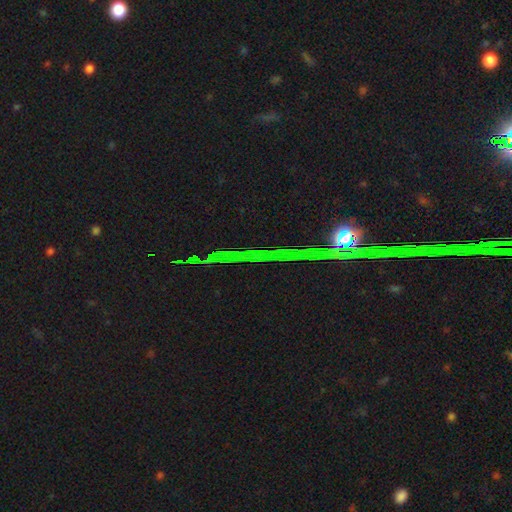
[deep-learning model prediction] Morphology: type=star or artifact (82%).